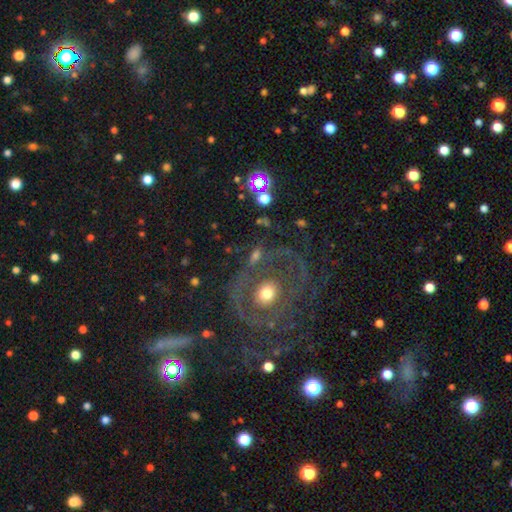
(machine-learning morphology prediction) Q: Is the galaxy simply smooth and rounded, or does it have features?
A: featured or disk — 53%.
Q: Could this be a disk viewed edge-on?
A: no — 92%.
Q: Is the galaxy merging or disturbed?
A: none — 67%.